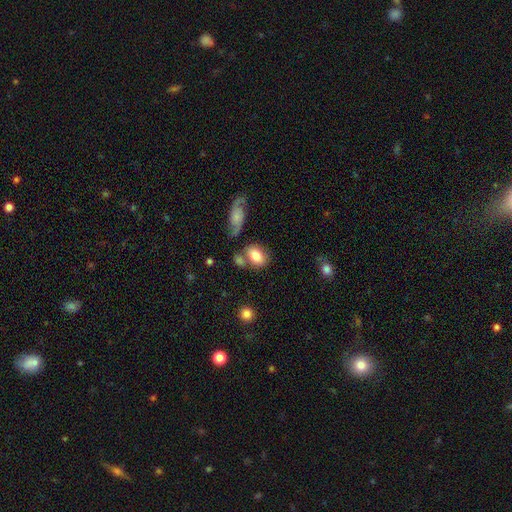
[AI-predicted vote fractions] smooth 79%, featured or disk 13%, star or artifact 8%. Down the decision tree: how rounded — in between (76%); merging — none (59%).